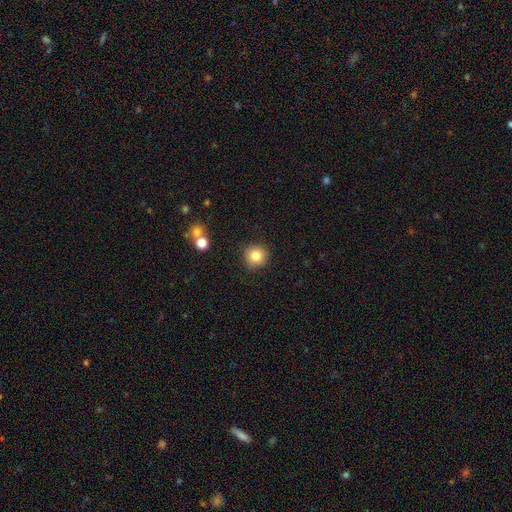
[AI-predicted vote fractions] The model was most divided on "smooth or featured": smooth: 83%, star or artifact: 11%, featured or disk: 7%. More confident: how rounded — round (94%); merging — none (88%).